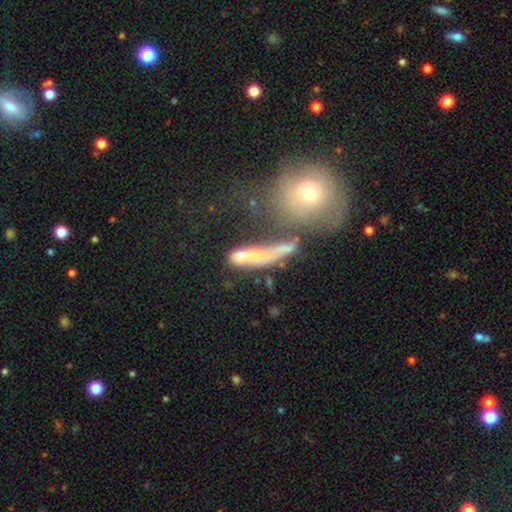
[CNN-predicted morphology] smooth_or_featured: smooth (p=0.51) [alt: featured or disk p=0.35]
how_rounded: cigar-shaped (p=0.57) [alt: in between p=0.31]
merging: merger (p=0.35) [alt: none p=0.27]